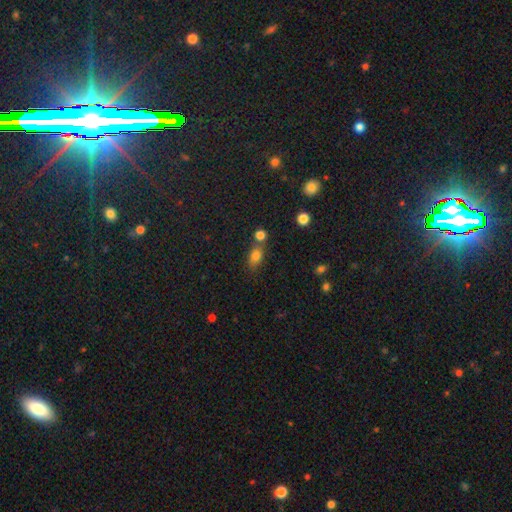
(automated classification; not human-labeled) Smooth or featured: smooth — 79% (star or artifact — 13%)
How rounded: in between — 73% (round — 23%)
Merging: none — 60% (merger — 23%)